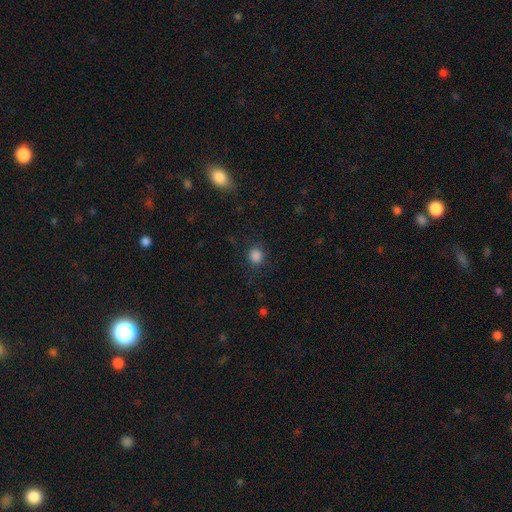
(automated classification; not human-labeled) smooth_or_featured: smooth (p=0.85) [alt: star or artifact p=0.12]
how_rounded: round (p=0.87) [alt: in between p=0.12]
merging: none (p=0.85) [alt: minor disturbance p=0.10]